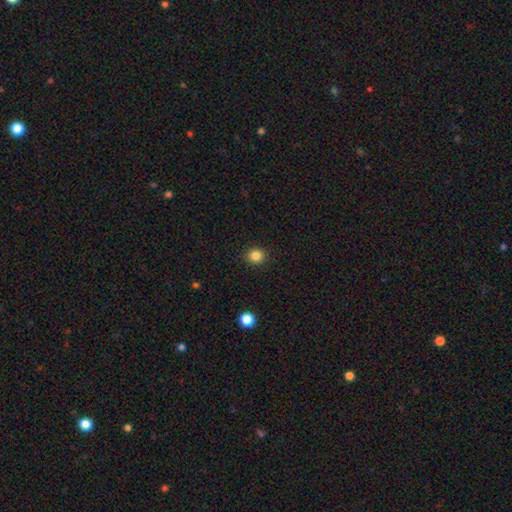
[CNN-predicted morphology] Smooth or featured?
  - smooth: 84% *
  - star or artifact: 12%
  - featured or disk: 4%
How rounded?
  - round: 89% *
  - in between: 10%
  - cigar-shaped: 1%
Merging?
  - none: 92% *
  - minor disturbance: 5%
  - major disturbance: 2%
  - merger: 1%